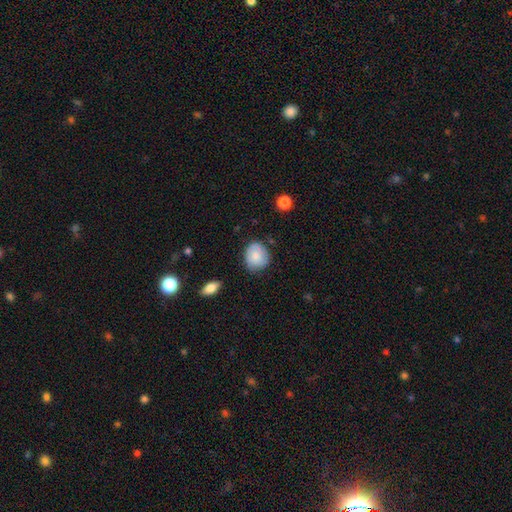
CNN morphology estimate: smooth 79%, featured or disk 13%, star or artifact 7%. Down the decision tree: how rounded — round (67%); merging — none (73%).